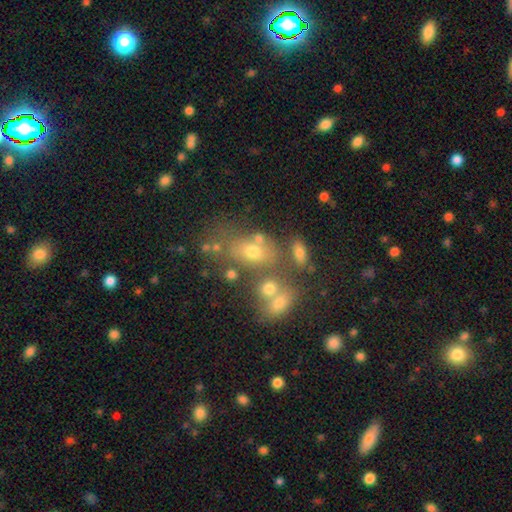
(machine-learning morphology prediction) Smooth or featured? star or artifact (41%)